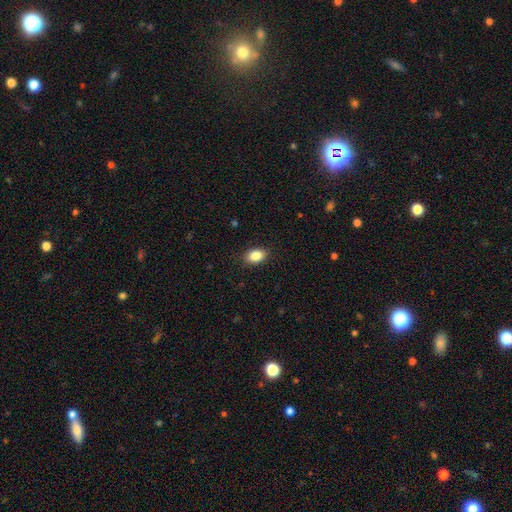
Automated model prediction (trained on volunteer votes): Smooth or featured?
  - smooth: 86% *
  - star or artifact: 8%
  - featured or disk: 6%
How rounded?
  - in between: 84% *
  - round: 15%
  - cigar-shaped: 1%
Merging?
  - none: 88% *
  - minor disturbance: 9%
  - major disturbance: 2%
  - merger: 1%